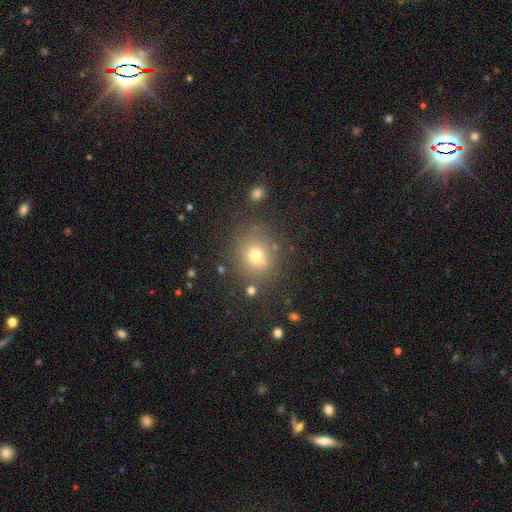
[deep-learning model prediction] Overall: smooth (69%). How rounded: round (77%). Merging: none (77%).